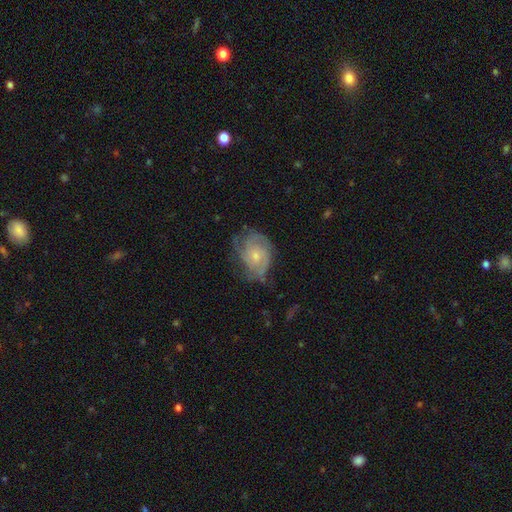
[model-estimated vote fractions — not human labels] The model was most divided on "spiral arm count": can't tell: 34%, 3: 25%, 2: 22%, 4: 9%, 1: 5%, more than 4: 4%. Remaining: edge-on disk — no (97%); spiral arms — yes (88%); bar — no (76%); smooth or featured — featured or disk (70%); bulge size — small (58%); merging — none (53%); spiral winding — tight (49%).